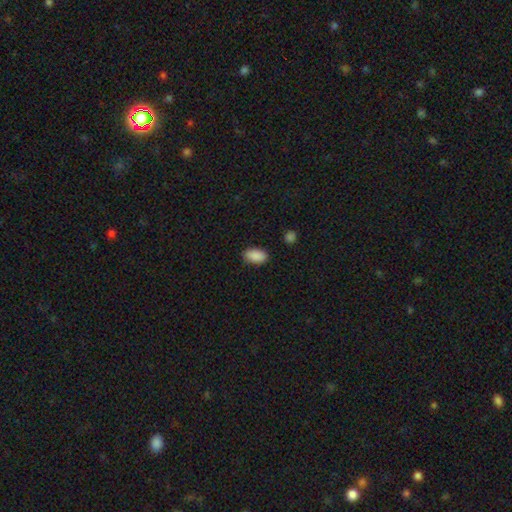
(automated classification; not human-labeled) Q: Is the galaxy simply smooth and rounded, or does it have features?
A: smooth — 90%.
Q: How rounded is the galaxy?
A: in between — 93%.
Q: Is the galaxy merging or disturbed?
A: none — 86%.